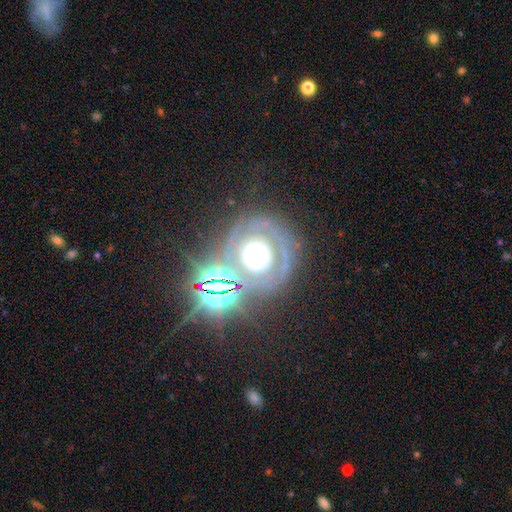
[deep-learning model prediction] A featured or disk galaxy (62%) with no bar (83%), spiral arms (55%) and a moderate central bulge (39%).

Vote fractions:
- Smooth or featured? featured or disk: 62% / smooth: 20% / star or artifact: 18%
- Edge-on disk? no: 94% / yes: 6%
- Bar? no: 83% / weak: 10% / strong: 7%
- Spiral arms? yes: 55% / no: 45%
- Bulge size? moderate: 39% / large: 36% / small: 12% / dominant: 11% / none: 2%
- Merging? none: 66% / minor disturbance: 15% / major disturbance: 13% / merger: 6%